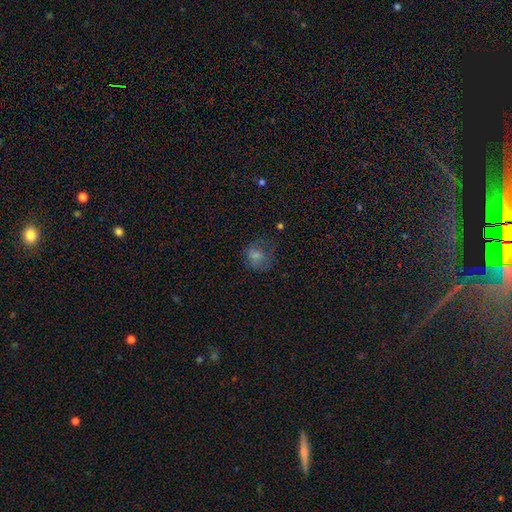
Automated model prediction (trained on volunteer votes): Overall: smooth (57%; featured or disk 22%). How rounded: round (69%; in between 30%). Merging: none (51%; minor disturbance 24%).